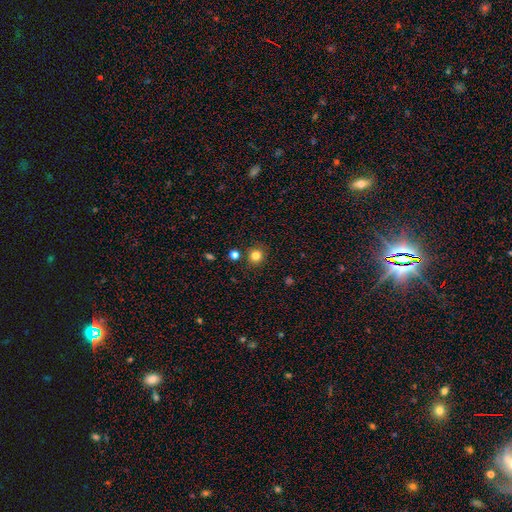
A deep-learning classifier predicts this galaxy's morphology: Q: Smooth or featured?
A: smooth (81%); runner-up: star or artifact (13%)
Q: How rounded?
A: round (90%); runner-up: in between (9%)
Q: Merging?
A: none (86%); runner-up: minor disturbance (7%)